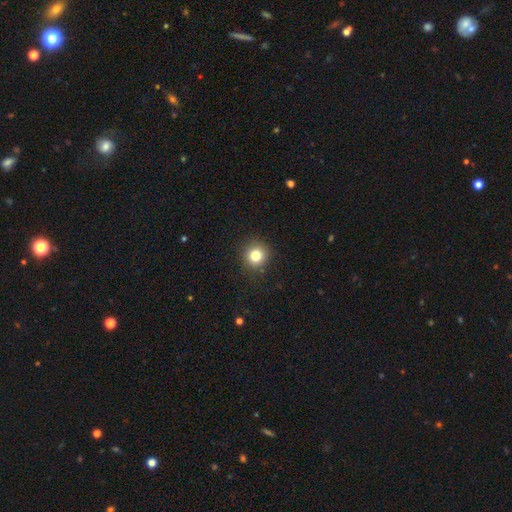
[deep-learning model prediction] Smooth or featured? Predicted: smooth (p=0.81). How rounded? Predicted: round (p=0.92). Merging? Predicted: none (p=0.90).